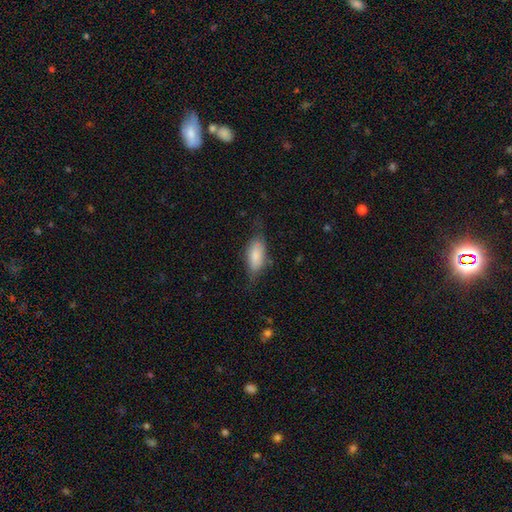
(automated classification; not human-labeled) A smooth galaxy with no disk features (74%) that is in between round and cigar-shaped (83%). Merging: none (54%).